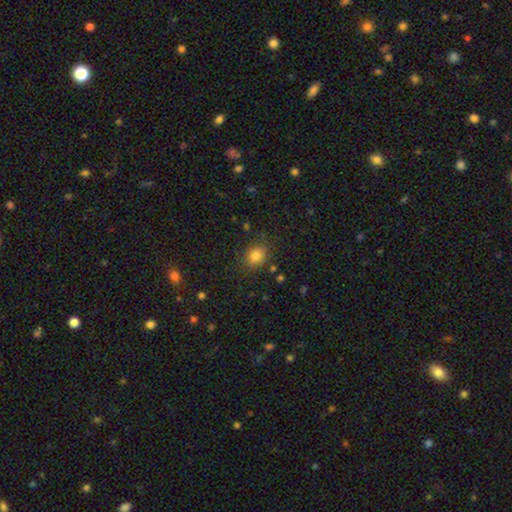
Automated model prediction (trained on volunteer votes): Overall: smooth (82%). How rounded: round (53%; in between 46%). Merging: none (81%).